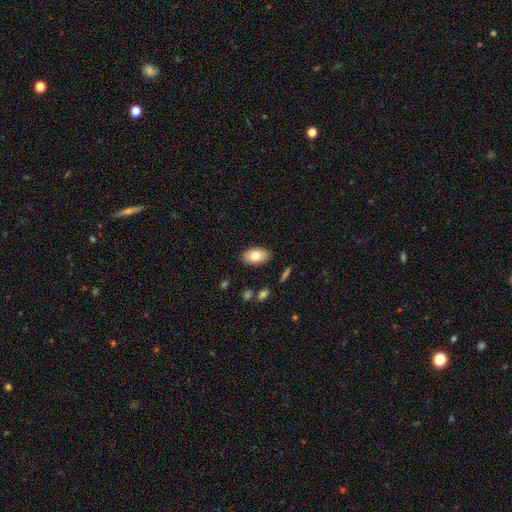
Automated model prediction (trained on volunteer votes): smooth_or_featured: smooth (p=0.76) [alt: featured or disk p=0.17]
how_rounded: in between (p=0.92) [alt: round p=0.07]
merging: none (p=0.87) [alt: minor disturbance p=0.09]